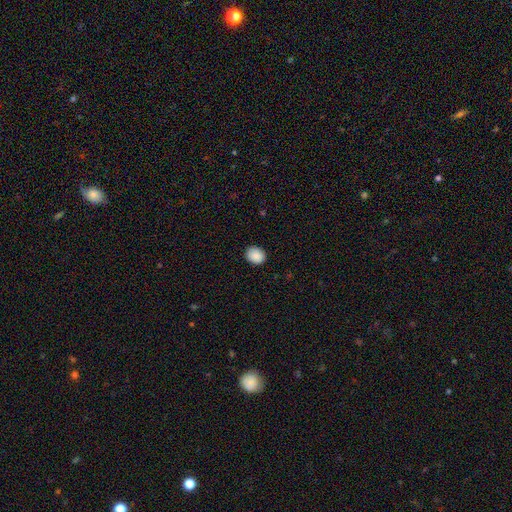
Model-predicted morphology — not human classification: This appears to be a smooth galaxy with no disk features (89%) that is round (56%). Merging: none (89%).